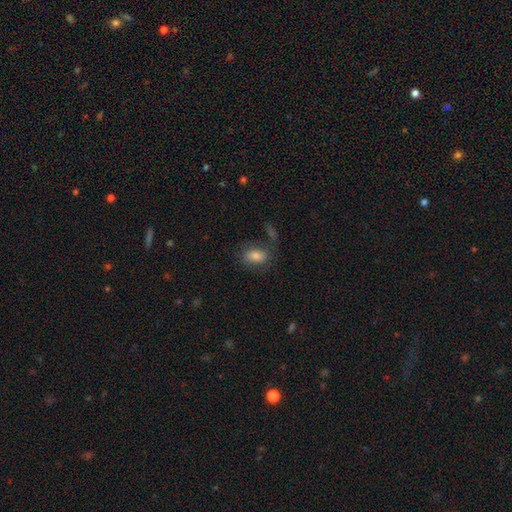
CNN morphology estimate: A smooth galaxy with no disk features (71%) that is in between round and cigar-shaped (82%). Merging: none (64%).